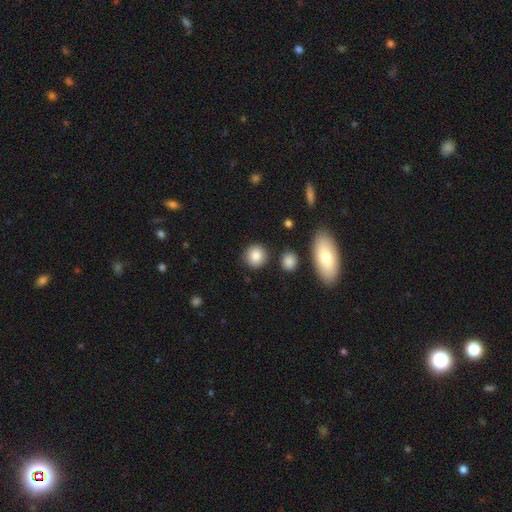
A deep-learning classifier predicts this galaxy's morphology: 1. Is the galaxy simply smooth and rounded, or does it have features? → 85% smooth, 8% star or artifact, 6% featured or disk.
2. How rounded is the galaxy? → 90% round, 9% in between, 1% cigar-shaped.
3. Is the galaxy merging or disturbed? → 88% none, 7% minor disturbance, 3% merger, 2% major disturbance.